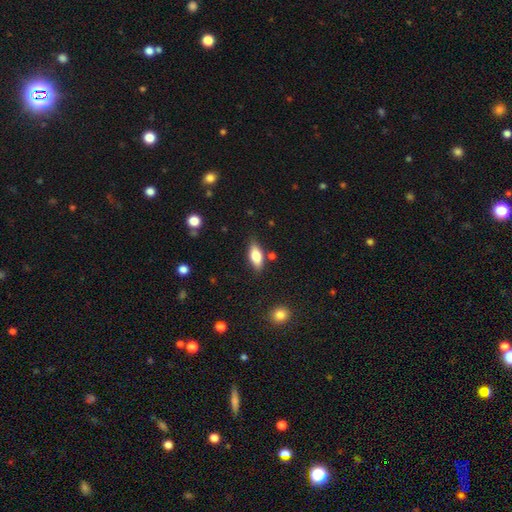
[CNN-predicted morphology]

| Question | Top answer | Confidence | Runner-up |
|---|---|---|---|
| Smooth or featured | smooth | 74% | featured or disk (19%) |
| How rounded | in between | 79% | cigar-shaped (17%) |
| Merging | none | 79% | minor disturbance (14%) |